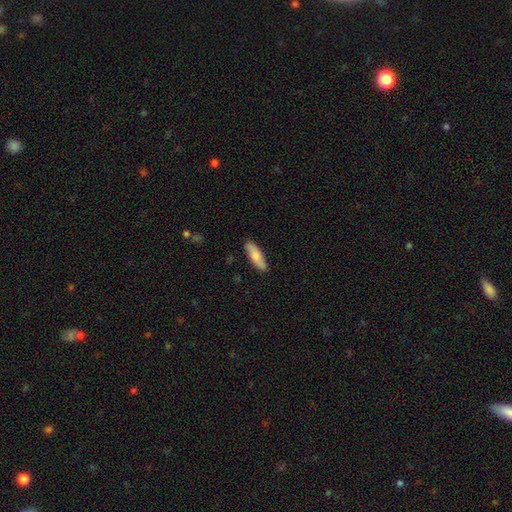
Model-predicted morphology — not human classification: A smooth galaxy with no disk features (75%) that is cigar-shaped (52%).

Vote fractions:
- Smooth or featured? smooth: 75% / featured or disk: 20% / star or artifact: 5%
- How rounded? cigar-shaped: 52% / in between: 46% / round: 2%
- Merging? none: 88% / minor disturbance: 9% / major disturbance: 2% / merger: 1%